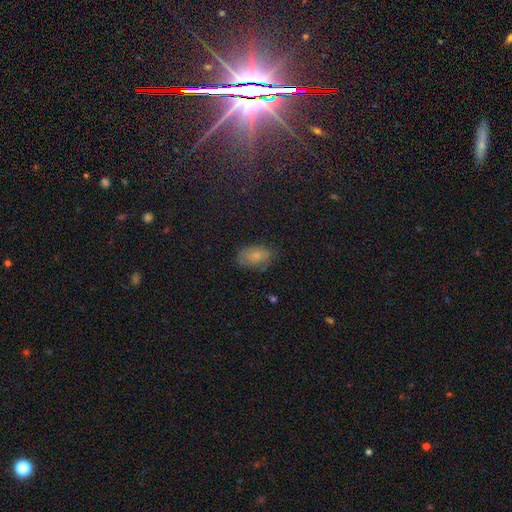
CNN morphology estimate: This is likely a smooth galaxy (70%). How rounded: clearly in between (88%). Merging: likely none (71%).